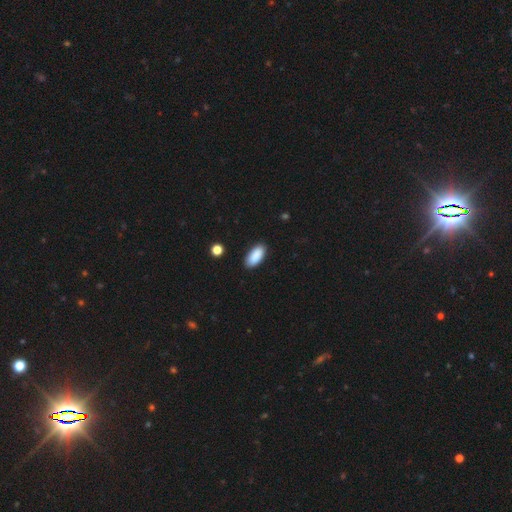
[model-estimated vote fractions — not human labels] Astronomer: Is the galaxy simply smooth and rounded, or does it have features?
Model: smooth — 90%.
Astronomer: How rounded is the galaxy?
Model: in between — 92%.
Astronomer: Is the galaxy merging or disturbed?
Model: none — 88%.